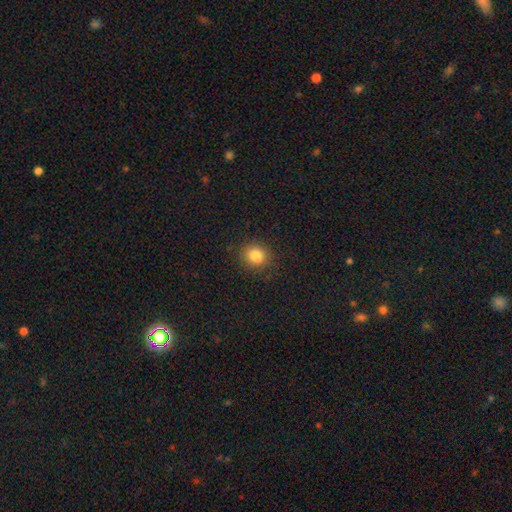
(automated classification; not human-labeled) A smooth galaxy with no disk features (83%) that is round (80%). Merging: none (87%).